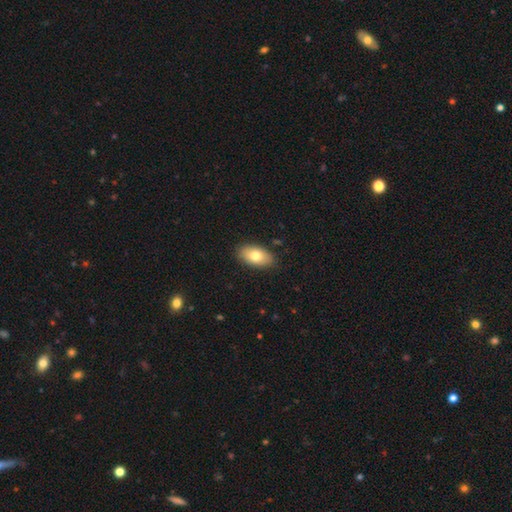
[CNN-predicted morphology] A smooth galaxy with no disk features (76%) that is in between round and cigar-shaped (92%).

Vote fractions:
- Smooth or featured? smooth: 76% / featured or disk: 17% / star or artifact: 7%
- How rounded? in between: 92% / round: 5% / cigar-shaped: 2%
- Merging? none: 86% / minor disturbance: 11% / major disturbance: 2% / merger: 1%